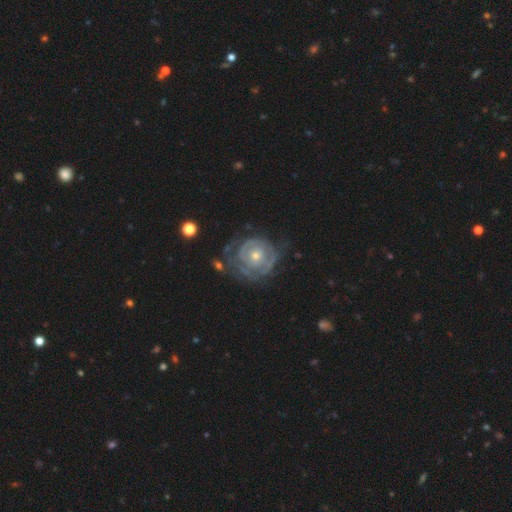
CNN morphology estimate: Smooth or featured?
  - featured or disk: 81% *
  - smooth: 13%
  - star or artifact: 6%
Edge-on disk?
  - no: 97% *
  - yes: 3%
Bar?
  - no: 78% *
  - weak: 17%
  - strong: 5%
Spiral arms?
  - yes: 84% *
  - no: 16%
Spiral winding?
  - tight: 76% *
  - medium: 18%
  - loose: 6%
Spiral arm count?
  - can't tell: 45% *
  - 2: 25%
  - 3: 13%
  - 1: 6%
  - 4: 6%
  - more than 4: 4%
Bulge size?
  - small: 53% *
  - moderate: 43%
  - large: 2%
  - none: 1%
  - dominant: 1%
Merging?
  - none: 59% *
  - minor disturbance: 22%
  - major disturbance: 15%
  - merger: 4%